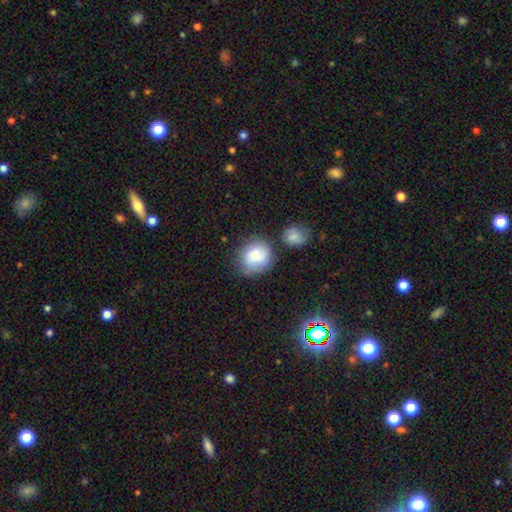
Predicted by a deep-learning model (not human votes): This is likely a smooth galaxy (78%). How rounded: likely round (79%). Merging: possibly none (55%).